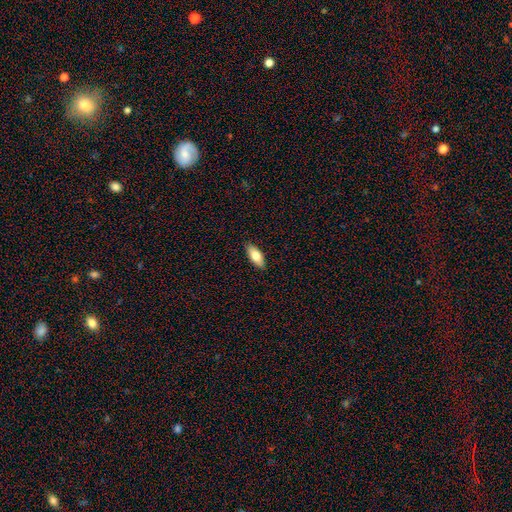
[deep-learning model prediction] smooth_or_featured: smooth (p=0.77) [alt: featured or disk p=0.17]
how_rounded: in between (p=0.80) [alt: cigar-shaped p=0.18]
merging: none (p=0.89) [alt: minor disturbance p=0.09]